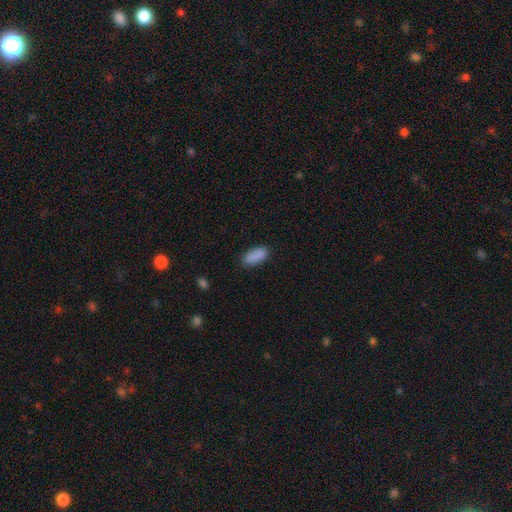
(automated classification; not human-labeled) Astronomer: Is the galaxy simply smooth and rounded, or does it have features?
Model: smooth — 88%.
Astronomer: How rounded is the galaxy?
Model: in between — 87%.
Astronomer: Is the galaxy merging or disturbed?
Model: none — 82%.